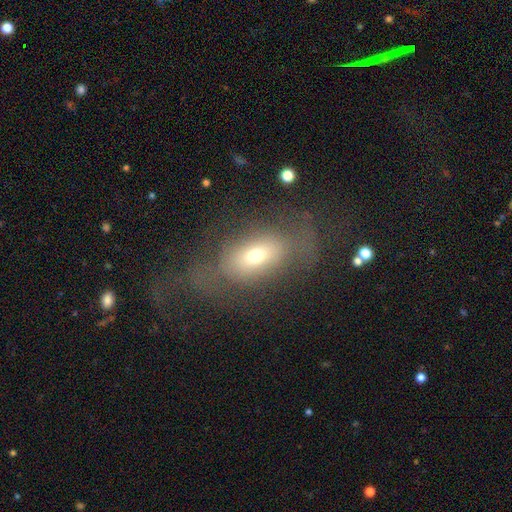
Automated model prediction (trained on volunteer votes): Q: Smooth or featured?
A: smooth (59%); runner-up: featured or disk (29%)
Q: How rounded?
A: in between (79%); runner-up: round (17%)
Q: Merging?
A: major disturbance (40%); runner-up: none (38%)